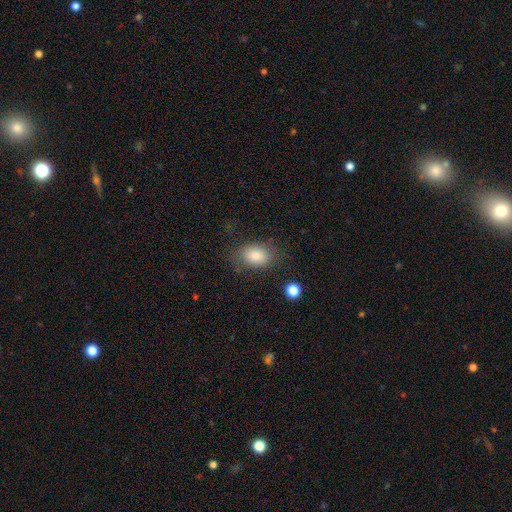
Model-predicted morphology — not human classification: Smooth or featured? smooth (84%)
How rounded? in between (79%)
Merging? none (69%)